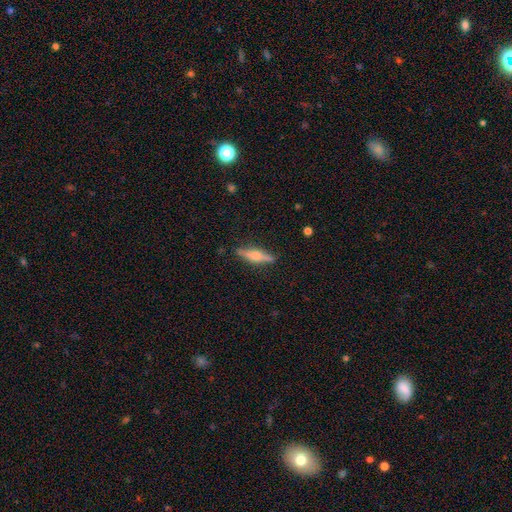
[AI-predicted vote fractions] A featured or disk galaxy (52%) viewed edge-on (95%). Merging: none (84%).